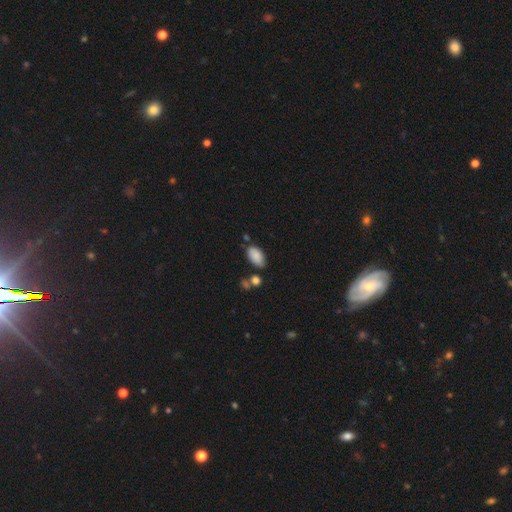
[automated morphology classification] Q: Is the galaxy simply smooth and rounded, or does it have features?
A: smooth — 85%.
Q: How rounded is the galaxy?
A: in between — 94%.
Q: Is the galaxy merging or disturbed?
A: none — 67%.